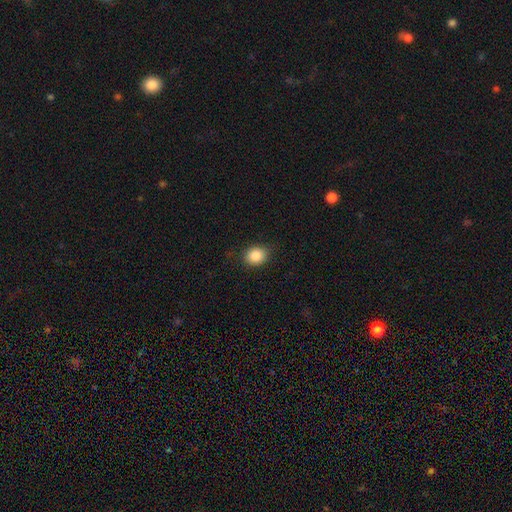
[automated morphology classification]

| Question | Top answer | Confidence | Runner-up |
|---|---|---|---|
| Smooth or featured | smooth | 87% | star or artifact (9%) |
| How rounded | round | 57% | in between (42%) |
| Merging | none | 84% | minor disturbance (12%) |